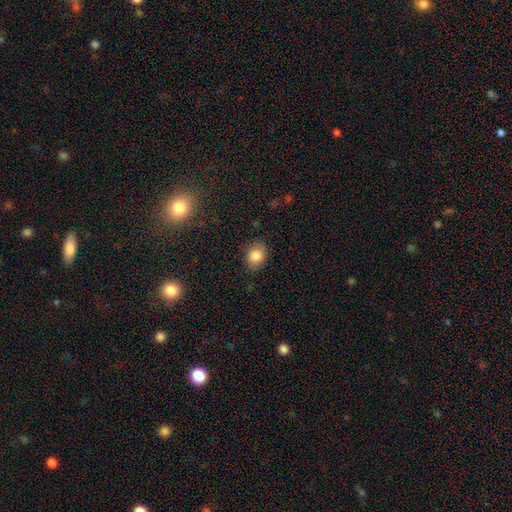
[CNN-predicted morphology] Smooth or featured: smooth — 85% (star or artifact — 9%)
How rounded: in between — 50% (round — 49%)
Merging: none — 81% (minor disturbance — 15%)